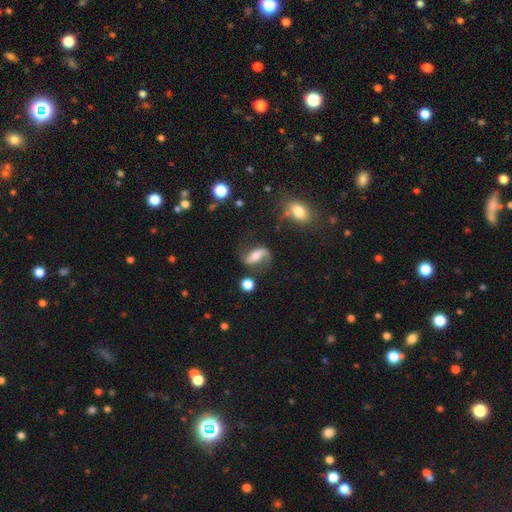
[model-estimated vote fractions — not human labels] A featured or disk galaxy (76%) with a strong bar (45%), 2 (90%) loose (68%) spiral arms (91%) and a moderate central bulge (55%). Merging: none (68%).